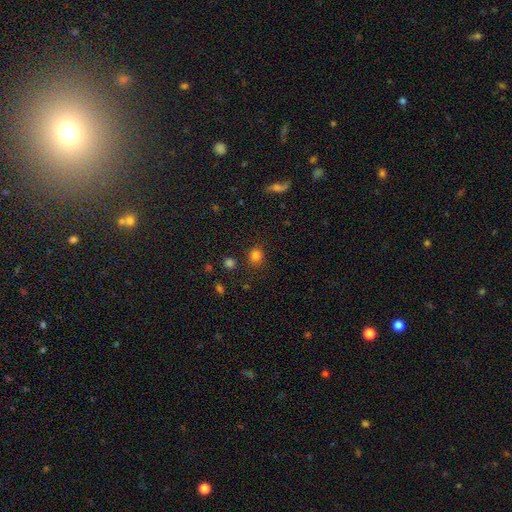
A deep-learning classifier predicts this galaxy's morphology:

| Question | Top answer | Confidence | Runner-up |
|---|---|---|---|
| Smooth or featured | smooth | 82% | star or artifact (14%) |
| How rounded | round | 84% | in between (15%) |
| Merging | none | 83% | minor disturbance (9%) |